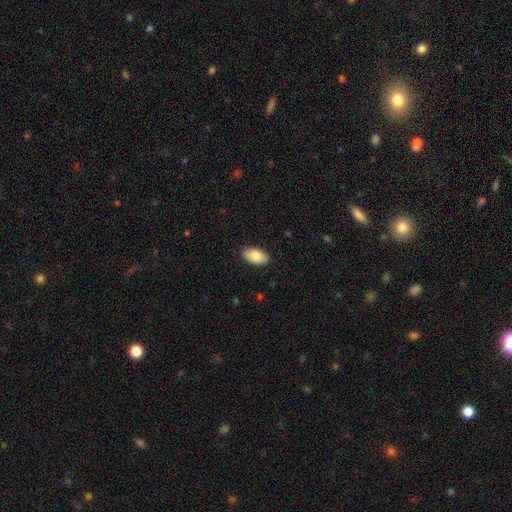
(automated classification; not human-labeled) smooth 83%, featured or disk 10%, star or artifact 6%. Down the decision tree: how rounded — in between (94%); merging — none (88%).